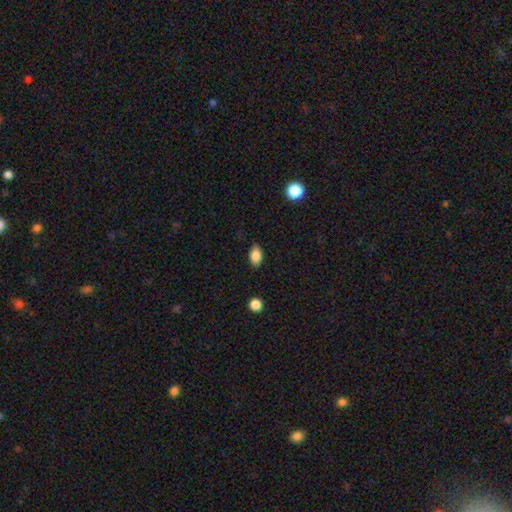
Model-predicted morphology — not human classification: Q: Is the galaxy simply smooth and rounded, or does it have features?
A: smooth — 85%.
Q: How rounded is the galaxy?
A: in between — 88%.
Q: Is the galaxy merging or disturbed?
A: none — 85%.